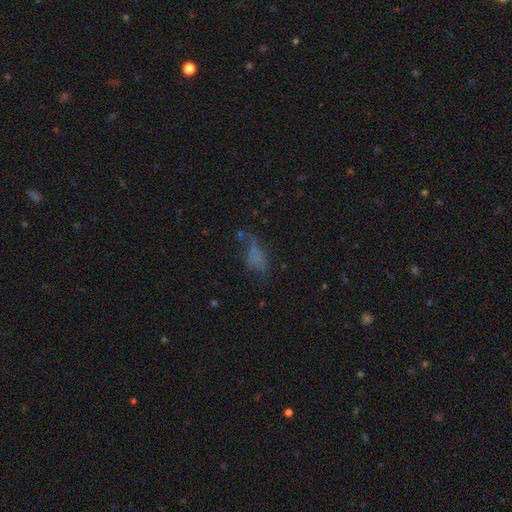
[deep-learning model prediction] Smooth or featured? smooth (52%)
How rounded? in between (74%)
Merging? none (41%)